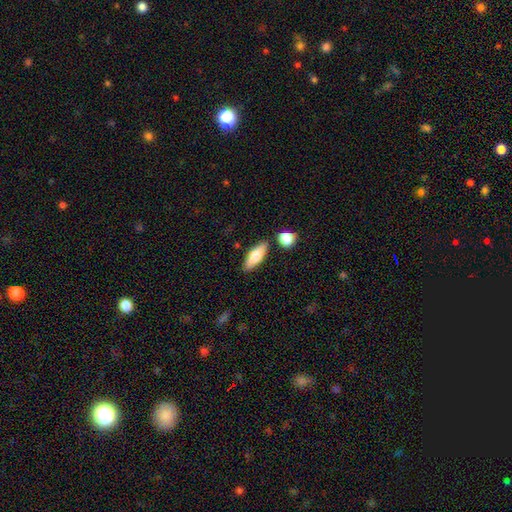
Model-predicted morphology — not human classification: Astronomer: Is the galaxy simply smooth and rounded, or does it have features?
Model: smooth — 73%.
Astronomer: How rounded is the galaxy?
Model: in between — 65%.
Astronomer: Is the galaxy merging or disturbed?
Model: none — 81%.